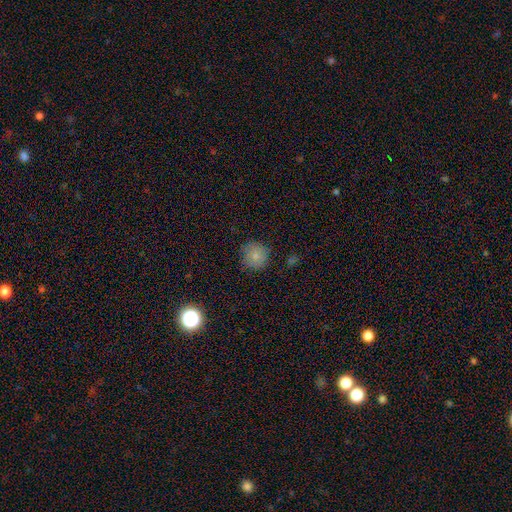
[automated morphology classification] type=smooth (80%); roundness=round (93%); merging=none (84%).